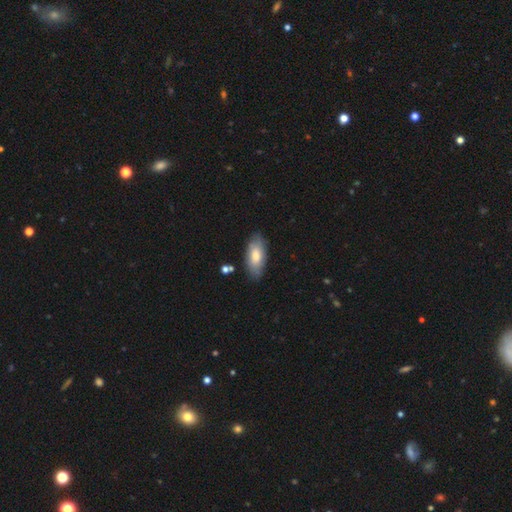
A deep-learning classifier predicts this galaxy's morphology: smooth-or-featured: smooth: 76% | featured or disk: 19% | star or artifact: 6%
  how-rounded: in between: 89% | cigar-shaped: 9% | round: 2%
  merging: none: 81% | minor disturbance: 14% | major disturbance: 3% | merger: 2%